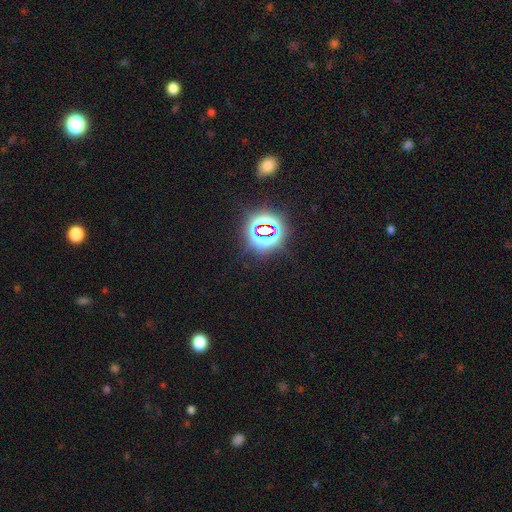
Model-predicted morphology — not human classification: smooth_or_featured: star or artifact (p=0.79) [alt: smooth p=0.15]